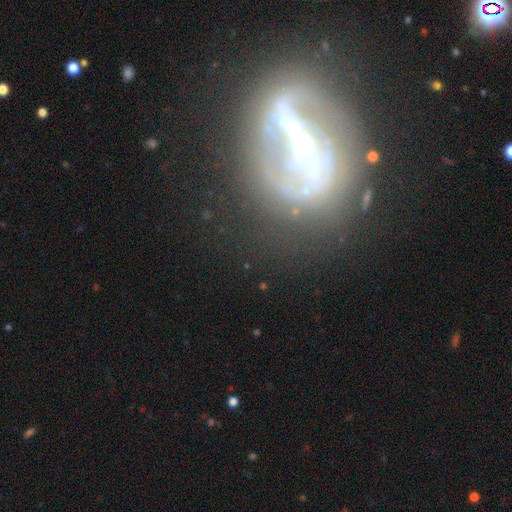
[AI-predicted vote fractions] Smooth or featured?
  - featured or disk: 85% *
  - star or artifact: 8%
  - smooth: 7%
Edge-on disk?
  - no: 87% *
  - yes: 13%
Bar?
  - strong: 80% *
  - weak: 14%
  - no: 6%
Spiral arms?
  - yes: 76% *
  - no: 24%
Spiral winding?
  - medium: 36% *
  - tight: 34%
  - loose: 30%
Spiral arm count?
  - 2: 73% *
  - can't tell: 14%
  - 1: 5%
  - 3: 3%
  - 4: 2%
  - more than 4: 2%
Bulge size?
  - small: 59% *
  - moderate: 29%
  - none: 5%
  - large: 5%
  - dominant: 2%
Merging?
  - none: 69% *
  - minor disturbance: 15%
  - major disturbance: 12%
  - merger: 3%